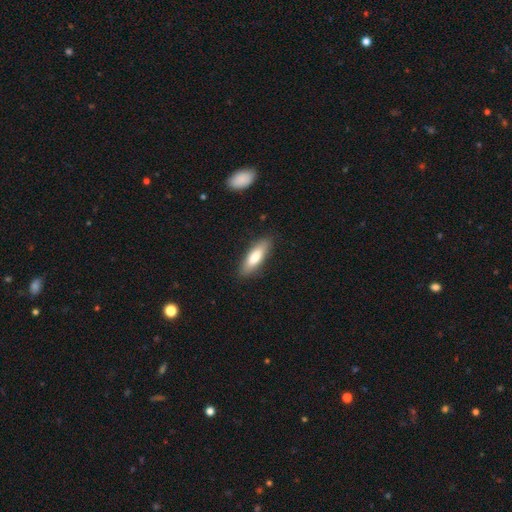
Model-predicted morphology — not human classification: This appears to be a smooth galaxy with no disk features (77%) that is in between round and cigar-shaped (50%). Merging: none (86%).